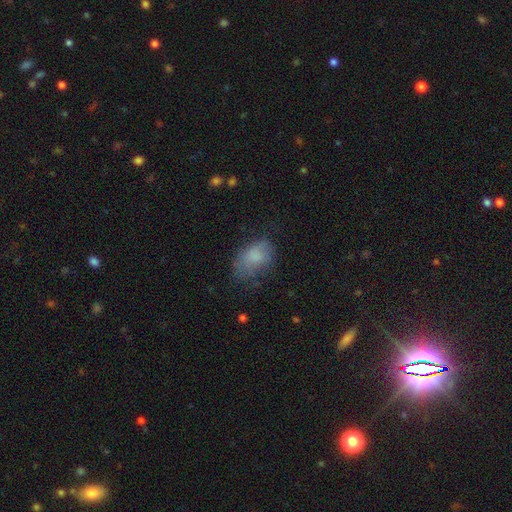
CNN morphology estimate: type=smooth (76%); roundness=in between (87%); merging=none (52%).